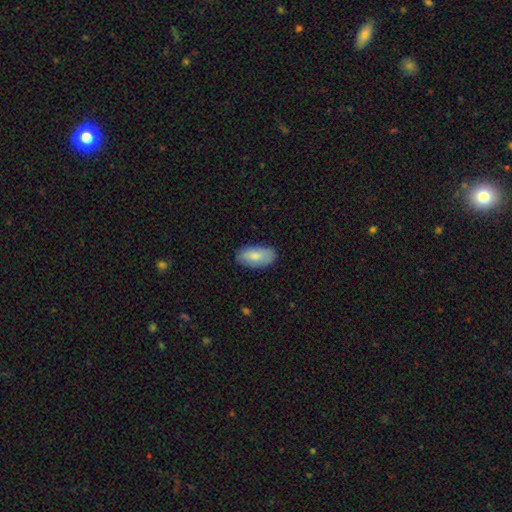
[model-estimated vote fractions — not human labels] A smooth galaxy with no disk features (81%) that is in between round and cigar-shaped (94%).

Vote fractions:
- Smooth or featured? smooth: 81% / featured or disk: 13% / star or artifact: 6%
- How rounded? in between: 94% / cigar-shaped: 3% / round: 3%
- Merging? none: 82% / minor disturbance: 14% / major disturbance: 3% / merger: 1%